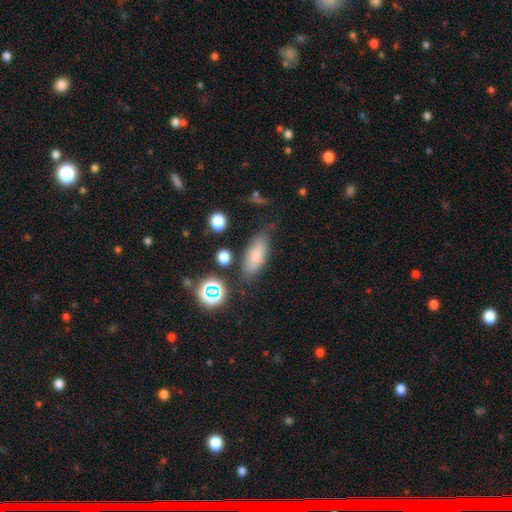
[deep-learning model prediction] Smooth or featured: smooth — 77% (featured or disk — 12%)
How rounded: in between — 70% (cigar-shaped — 26%)
Merging: none — 72% (minor disturbance — 18%)